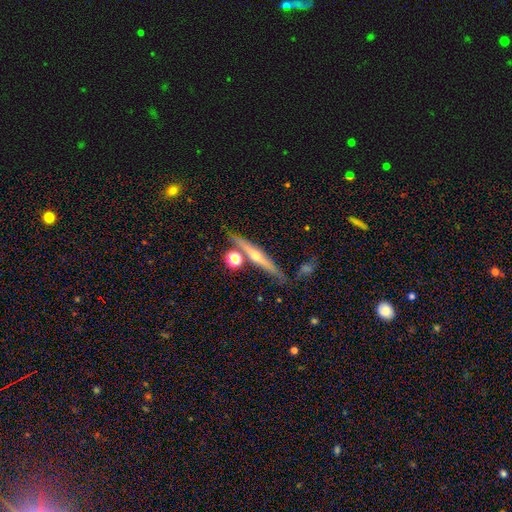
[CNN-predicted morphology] type=featured or disk (71%); edge-on=yes (96%); edge-on bulge=rounded (84%); merging=none (79%).